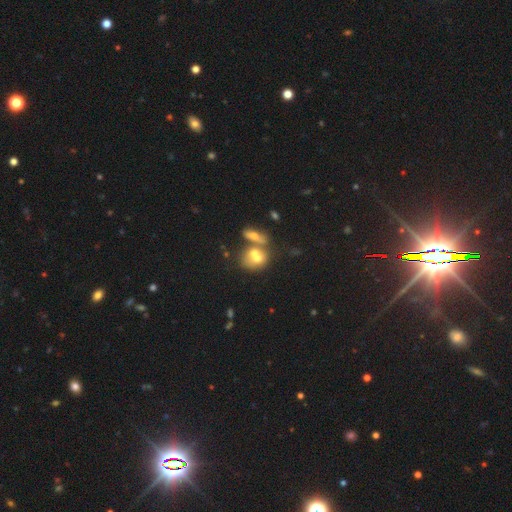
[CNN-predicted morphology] Smooth or featured?
  - smooth: 60% *
  - featured or disk: 28%
  - star or artifact: 12%
How rounded?
  - in between: 50% *
  - round: 45%
  - cigar-shaped: 5%
Merging?
  - merger: 57% *
  - none: 29%
  - minor disturbance: 9%
  - major disturbance: 5%